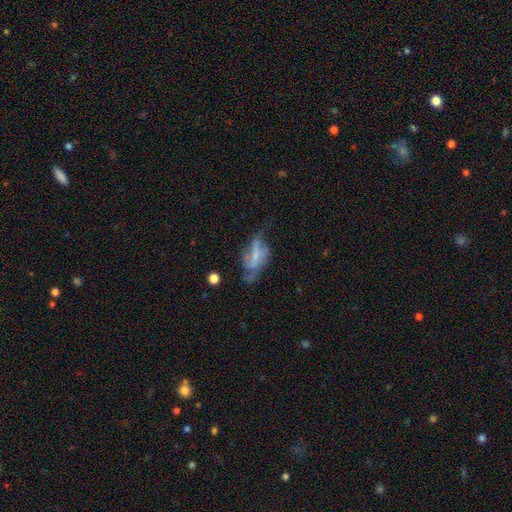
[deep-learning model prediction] featured or disk 62%, smooth 27%, star or artifact 11%. Down the decision tree: edge-on disk — no (88%); bar — no (47%); spiral arms — yes (62%); bulge size — small (43%); merging — major disturbance (36%).